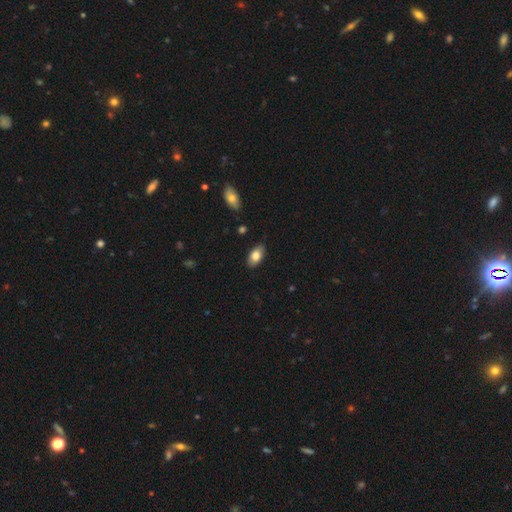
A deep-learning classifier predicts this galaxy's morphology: This appears to be a smooth galaxy with no disk features (78%) that is in between round and cigar-shaped (93%). Merging: none (85%).